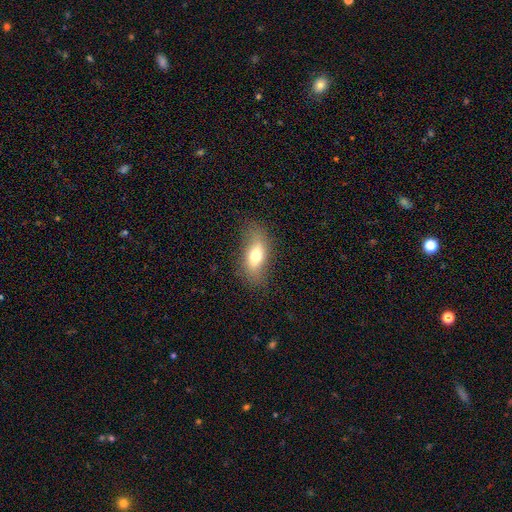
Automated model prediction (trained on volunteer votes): The model was most divided on "smooth or featured": smooth: 60%, featured or disk: 32%, star or artifact: 9%. More confident: merging — none (79%); how rounded — in between (78%).